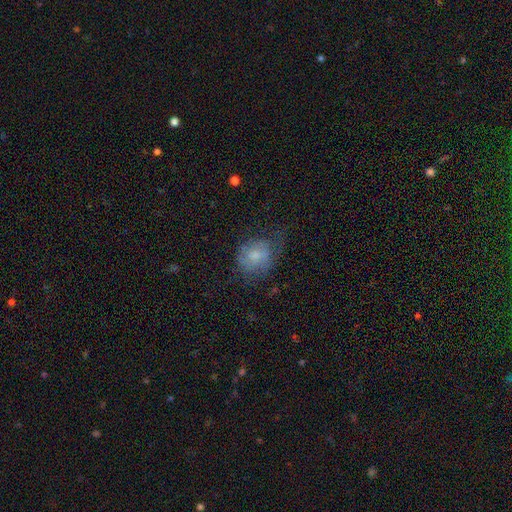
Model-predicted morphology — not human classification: A smooth galaxy with no disk features (63%) that is round (58%). Merging: none (46%).